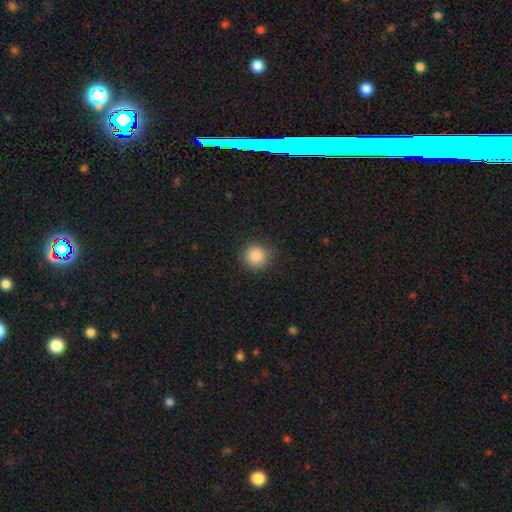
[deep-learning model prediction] A smooth galaxy with no disk features (87%) that is round (93%). Merging: none (86%).